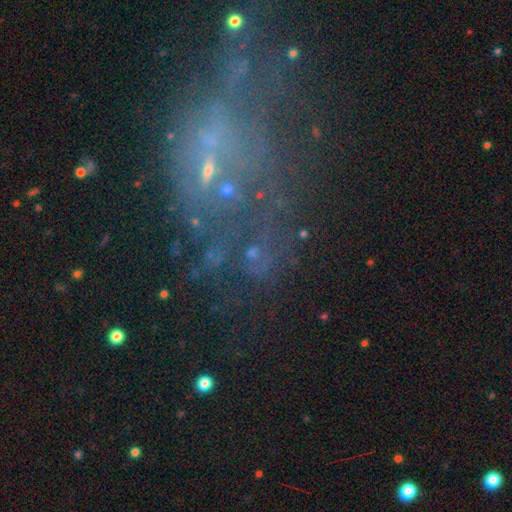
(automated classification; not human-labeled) smooth_or_featured: star or artifact (p=0.40) [alt: featured or disk p=0.36]